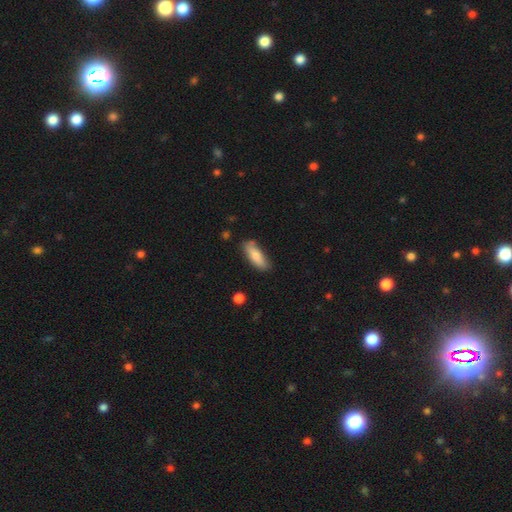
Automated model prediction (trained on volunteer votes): A smooth galaxy with no disk features (81%) that is in between round and cigar-shaped (60%).

Vote fractions:
- Smooth or featured? smooth: 81% / featured or disk: 13% / star or artifact: 6%
- How rounded? in between: 60% / cigar-shaped: 38% / round: 2%
- Merging? none: 75% / minor disturbance: 19% / major disturbance: 3% / merger: 3%